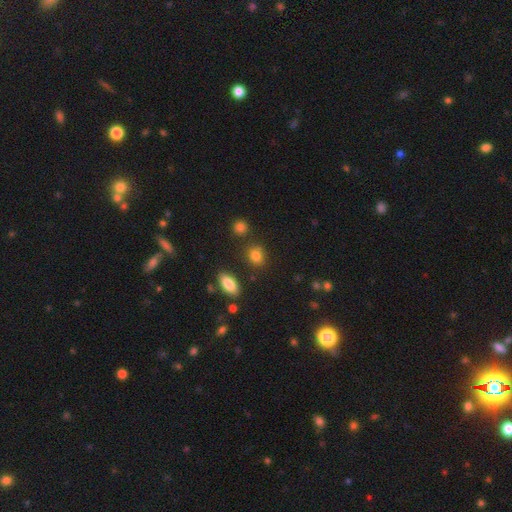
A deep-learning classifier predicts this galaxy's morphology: smooth-or-featured: smooth: 83% | star or artifact: 12% | featured or disk: 6%
  how-rounded: in between: 51% | round: 47% | cigar-shaped: 2%
  merging: none: 78% | minor disturbance: 12% | merger: 7% | major disturbance: 3%